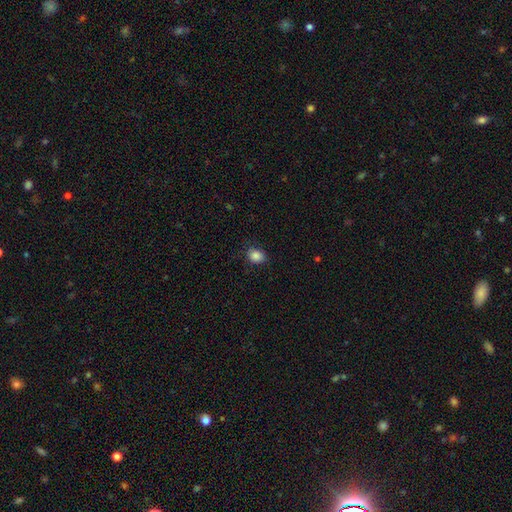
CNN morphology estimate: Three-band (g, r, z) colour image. It shows a smooth galaxy with no disk features (86%) that is in between round and cigar-shaped (51%). Merging: none (80%).